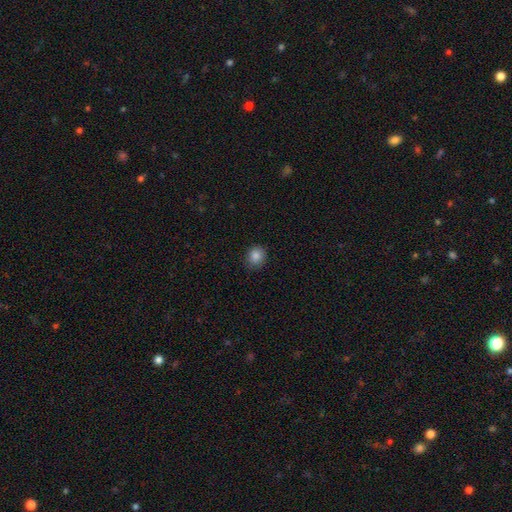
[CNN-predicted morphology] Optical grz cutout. It shows a smooth galaxy with no disk features (85%) that is round (71%). Merging: none (85%).